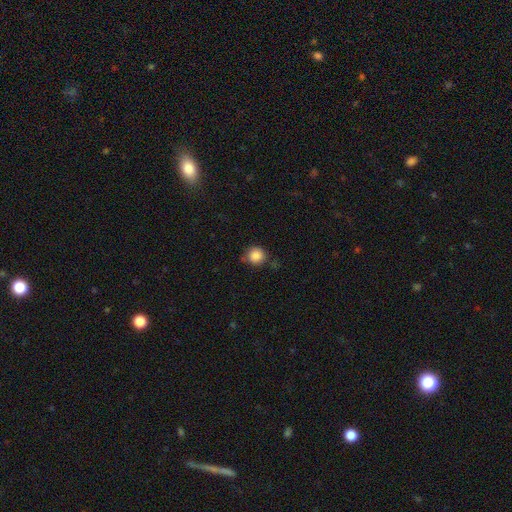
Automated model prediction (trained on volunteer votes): smooth 87%, star or artifact 9%, featured or disk 4%. Down the decision tree: how rounded — round (91%); merging — none (75%).